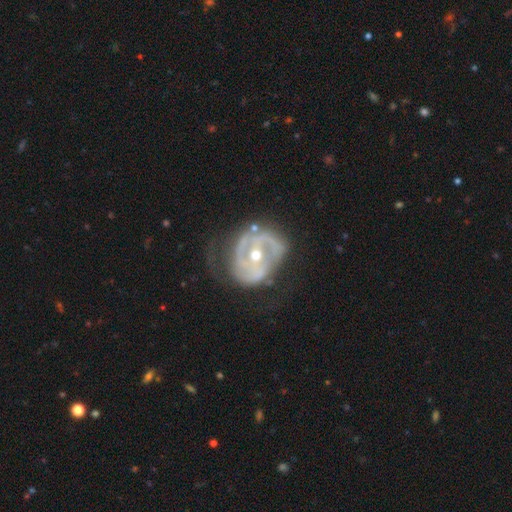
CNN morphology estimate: A featured or disk galaxy (86%) with no bar (43%), 2 (57%) tight (45%) spiral arms (86%) and a moderate central bulge (58%). Merging: none (50%).